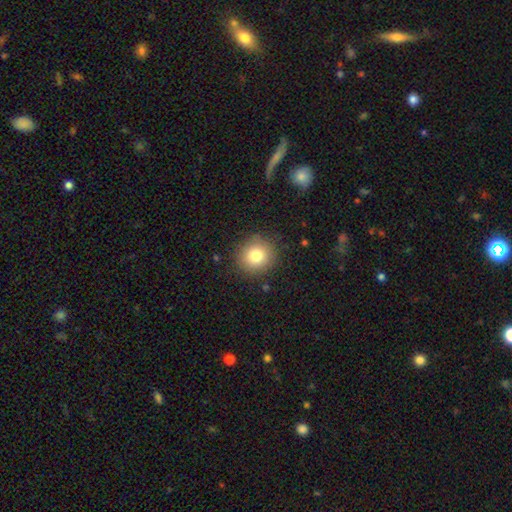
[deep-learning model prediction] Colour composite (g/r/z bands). It shows a smooth galaxy with no disk features (80%) that is round (89%). Merging: none (87%).